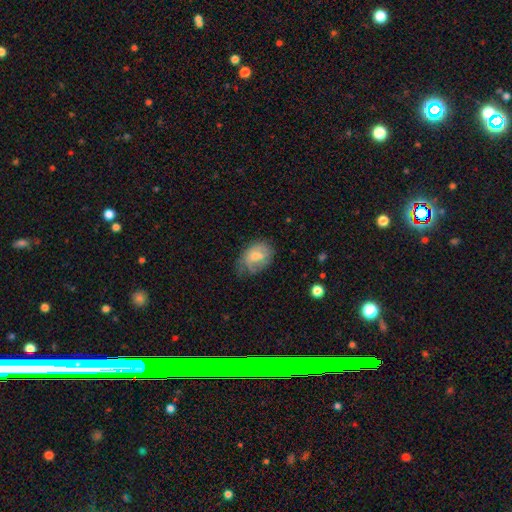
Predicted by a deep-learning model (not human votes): smooth_or_featured: smooth (p=0.52) [alt: featured or disk p=0.40]
how_rounded: in between (p=0.73) [alt: round p=0.26]
merging: none (p=0.40) [alt: minor disturbance p=0.33]